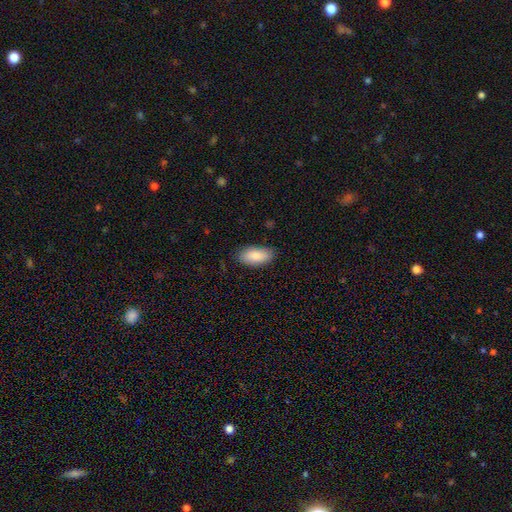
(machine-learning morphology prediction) The model was most divided on "merging": none: 83%, minor disturbance: 13%, major disturbance: 3%, merger: 1%. More confident: how rounded — in between (91%); smooth or featured — smooth (88%).